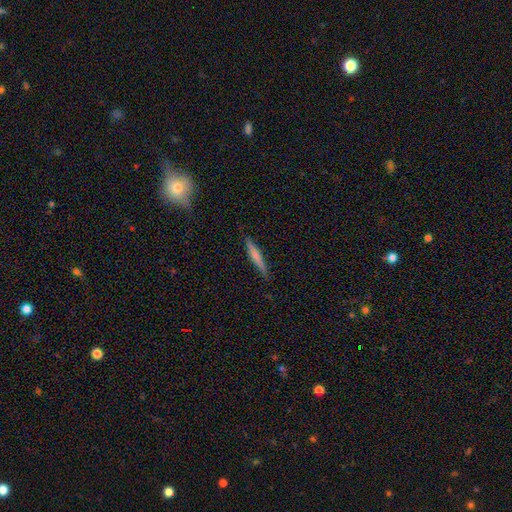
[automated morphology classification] Smooth or featured? Predicted: smooth (p=0.59). How rounded? Predicted: cigar-shaped (p=0.94). Merging? Predicted: none (p=0.88).